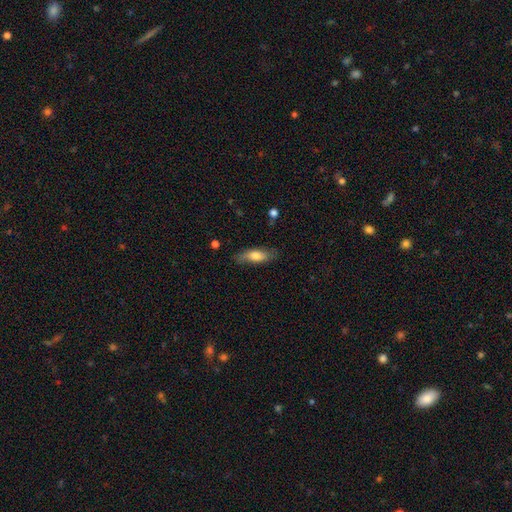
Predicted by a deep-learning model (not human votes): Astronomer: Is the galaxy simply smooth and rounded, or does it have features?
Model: smooth — 70%.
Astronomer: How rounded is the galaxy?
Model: in between — 57% (runner-up: cigar-shaped, 41%).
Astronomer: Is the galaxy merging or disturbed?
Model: none — 77%.